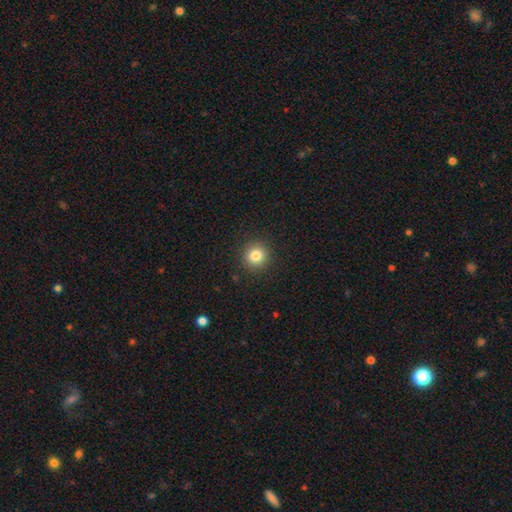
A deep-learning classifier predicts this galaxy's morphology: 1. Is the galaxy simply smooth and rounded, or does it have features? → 82% smooth, 11% star or artifact, 6% featured or disk.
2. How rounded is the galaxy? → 93% round, 6% in between, 1% cigar-shaped.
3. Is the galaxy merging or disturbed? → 91% none, 6% minor disturbance, 2% major disturbance, 1% merger.